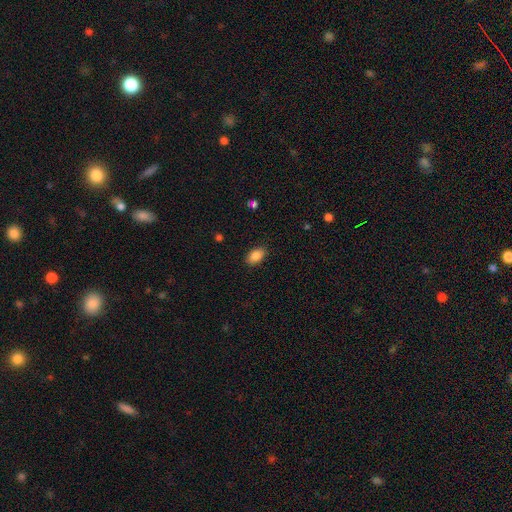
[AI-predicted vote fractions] Morphology: type=smooth (87%); roundness=in between (91%); merging=none (87%).